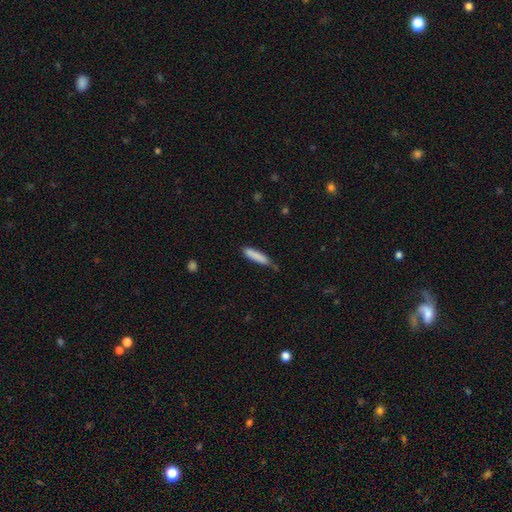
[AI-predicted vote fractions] Smooth or featured: smooth — 85% (featured or disk — 9%)
How rounded: cigar-shaped — 85% (in between — 13%)
Merging: none — 71% (minor disturbance — 22%)